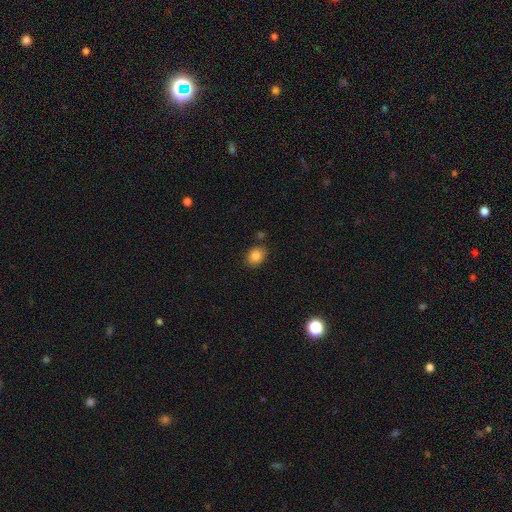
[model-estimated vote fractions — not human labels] Morphology: type=smooth (85%); roundness=in between (57%); merging=none (81%).